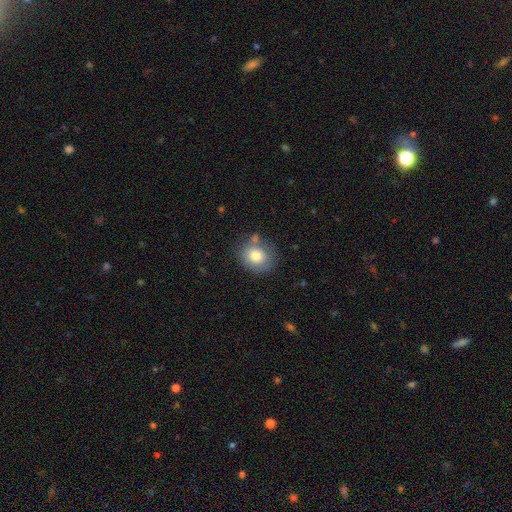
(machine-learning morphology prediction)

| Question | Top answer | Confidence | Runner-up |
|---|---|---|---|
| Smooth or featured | smooth | 76% | featured or disk (15%) |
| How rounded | round | 71% | in between (28%) |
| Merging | none | 68% | minor disturbance (17%) |